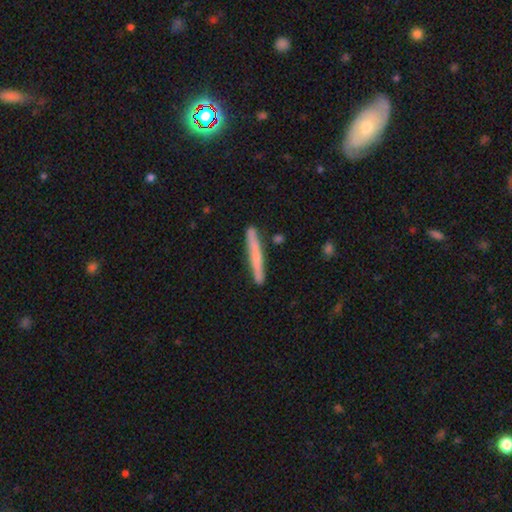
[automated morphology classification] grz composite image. It shows a smooth galaxy with no disk features (57%) that is cigar-shaped (96%). Merging: none (86%).